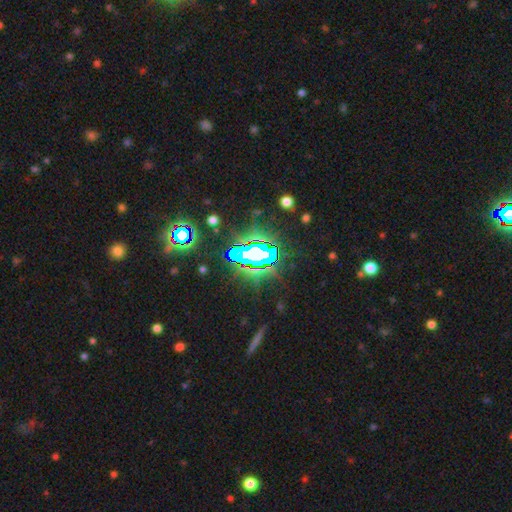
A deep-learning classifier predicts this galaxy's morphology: smooth-or-featured: star or artifact: 70% | featured or disk: 16% | smooth: 15%